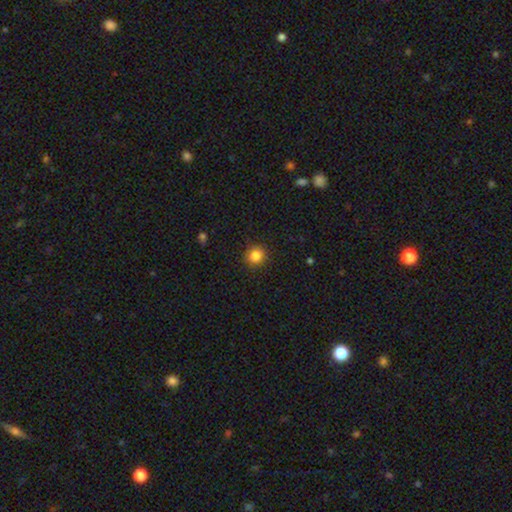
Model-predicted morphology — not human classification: Q: Smooth or featured?
A: smooth (85%); runner-up: star or artifact (11%)
Q: How rounded?
A: round (90%); runner-up: in between (9%)
Q: Merging?
A: none (91%); runner-up: minor disturbance (6%)